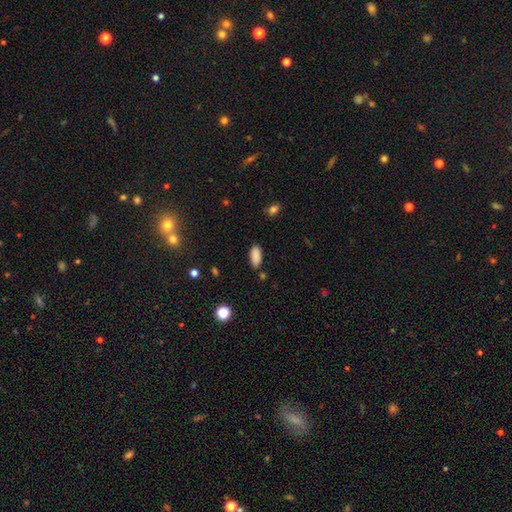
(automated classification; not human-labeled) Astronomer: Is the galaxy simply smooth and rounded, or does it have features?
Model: smooth — 88%.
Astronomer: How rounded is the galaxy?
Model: in between — 87%.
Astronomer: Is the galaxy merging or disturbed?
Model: none — 84%.